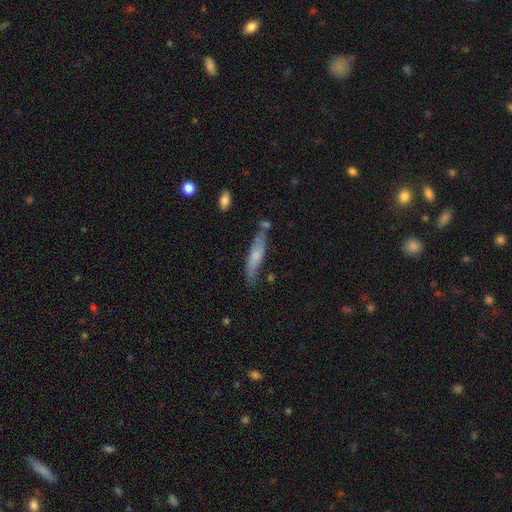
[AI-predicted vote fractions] Q: Smooth or featured?
A: smooth (57%); runner-up: featured or disk (37%)
Q: How rounded?
A: cigar-shaped (82%); runner-up: in between (16%)
Q: Merging?
A: none (65%); runner-up: minor disturbance (22%)